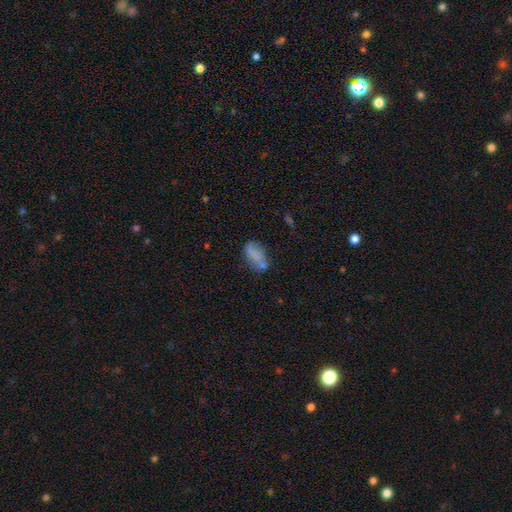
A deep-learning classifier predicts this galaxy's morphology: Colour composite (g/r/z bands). It shows a smooth galaxy with no disk features (71%) that is in between round and cigar-shaped (86%). Merging: none (50%).